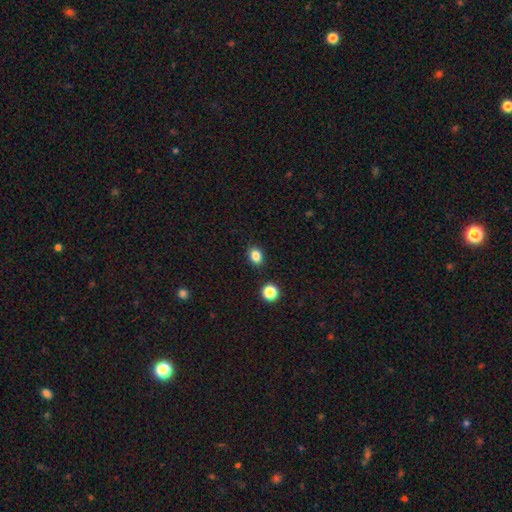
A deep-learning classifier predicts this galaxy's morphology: Q: Smooth or featured?
A: smooth (84%); runner-up: star or artifact (11%)
Q: How rounded?
A: in between (59%); runner-up: round (40%)
Q: Merging?
A: none (87%); runner-up: minor disturbance (8%)